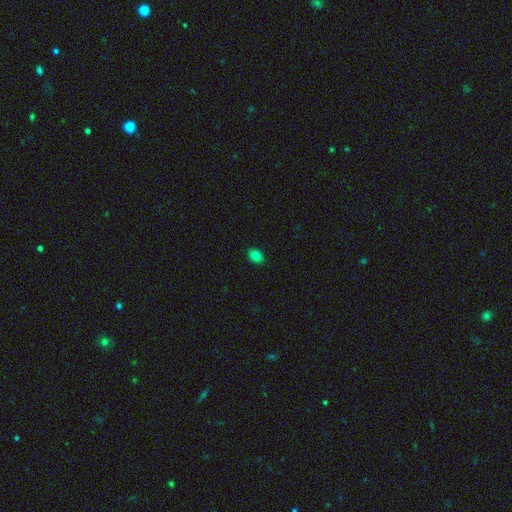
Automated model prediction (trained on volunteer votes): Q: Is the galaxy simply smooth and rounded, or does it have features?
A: smooth — 81%.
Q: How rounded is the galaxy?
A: in between — 66%.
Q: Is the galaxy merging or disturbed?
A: none — 88%.